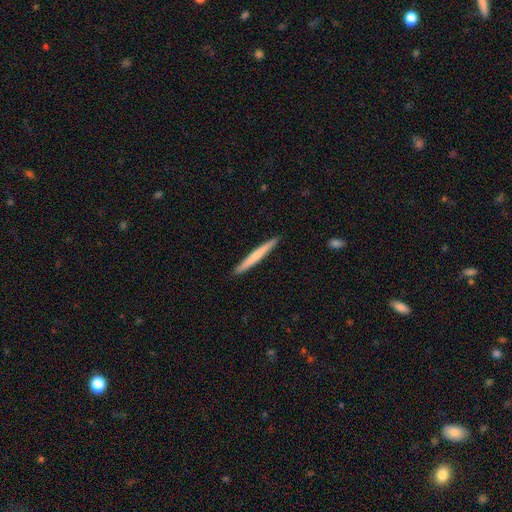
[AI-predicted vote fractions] This is likely a smooth galaxy (60%). How rounded: clearly cigar-shaped (97%). Merging: clearly none (92%).